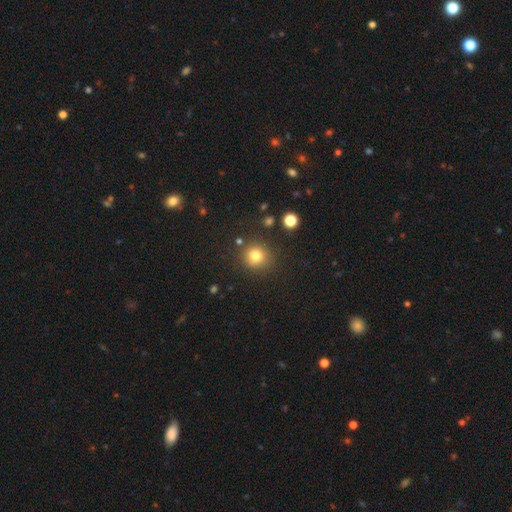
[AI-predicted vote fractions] Morphology: type=smooth (79%); roundness=round (89%); merging=none (83%).